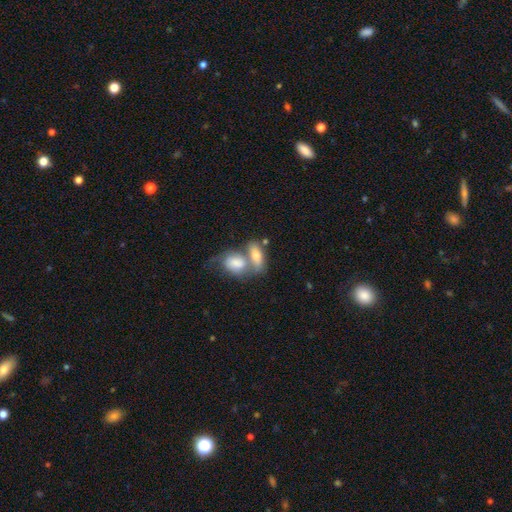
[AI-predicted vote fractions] Smooth or featured? Predicted: smooth (p=0.72). How rounded? Predicted: in between (p=0.84). Merging? Predicted: merger (p=0.61).